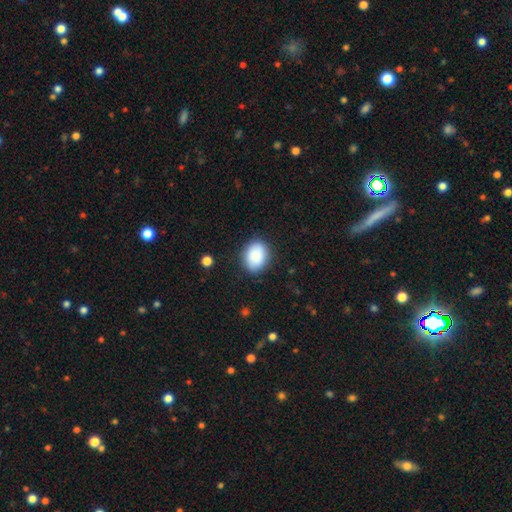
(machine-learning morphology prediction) Smooth or featured? Predicted: smooth (p=0.87). How rounded? Predicted: in between (p=0.64). Merging? Predicted: none (p=0.86).